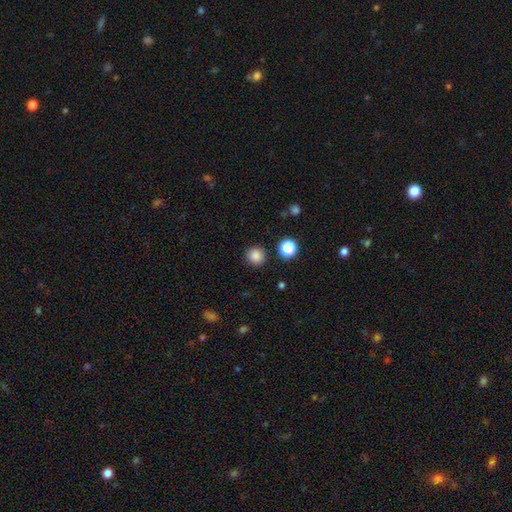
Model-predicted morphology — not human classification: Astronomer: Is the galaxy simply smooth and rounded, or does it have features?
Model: smooth — 84%.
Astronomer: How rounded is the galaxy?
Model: round — 92%.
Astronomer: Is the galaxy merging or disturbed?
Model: none — 89%.